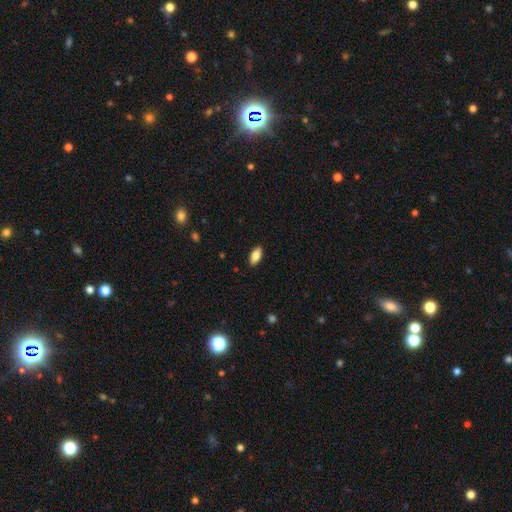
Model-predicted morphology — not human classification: Smooth or featured?
  - smooth: 81% *
  - featured or disk: 12%
  - star or artifact: 7%
How rounded?
  - in between: 89% *
  - cigar-shaped: 8%
  - round: 3%
Merging?
  - none: 89% *
  - minor disturbance: 8%
  - major disturbance: 2%
  - merger: 1%